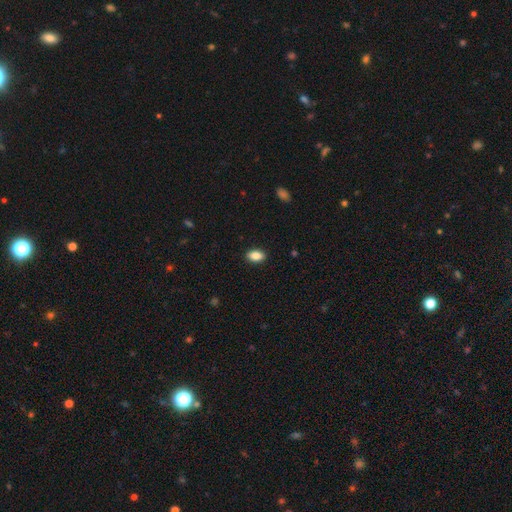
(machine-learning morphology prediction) smooth 88%, star or artifact 8%, featured or disk 5%. Down the decision tree: how rounded — in between (91%); merging — none (90%).